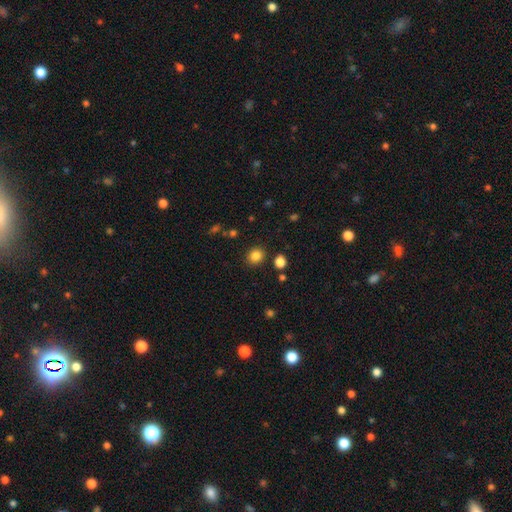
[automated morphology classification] Smooth or featured: smooth — 84% (star or artifact — 12%)
How rounded: round — 75% (in between — 24%)
Merging: none — 86% (minor disturbance — 8%)